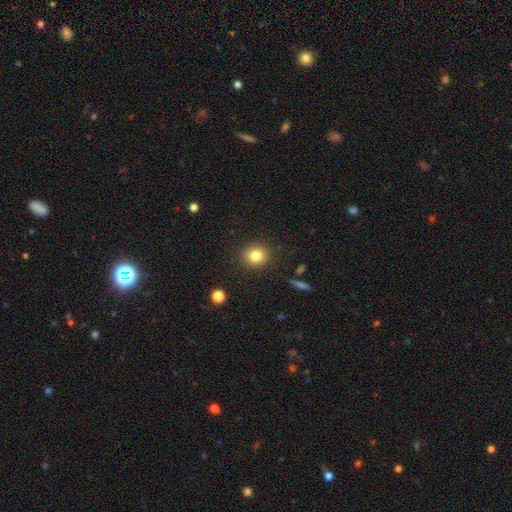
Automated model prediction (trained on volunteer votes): A smooth galaxy with no disk features (82%) that is round (84%). Merging: none (89%).